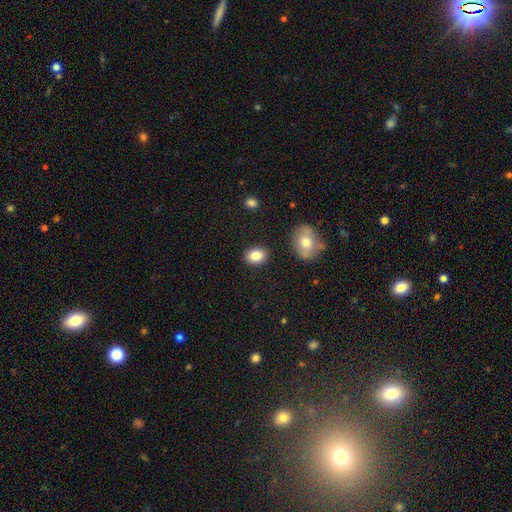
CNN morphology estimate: The model was most divided on "how rounded": in between: 59%, round: 40%, cigar-shaped: 1%. More confident: merging — none (87%); smooth or featured — smooth (84%).